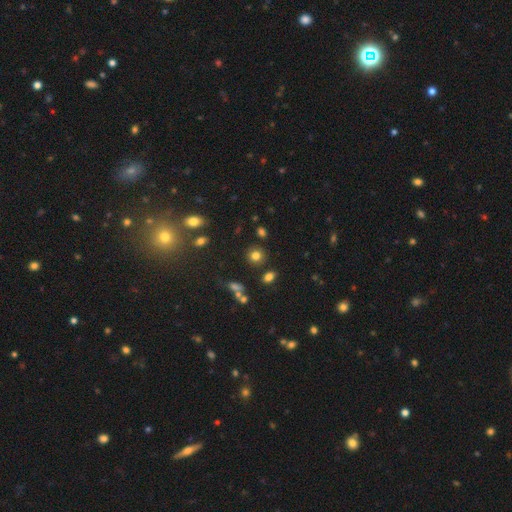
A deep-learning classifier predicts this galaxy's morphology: Smooth or featured: smooth — 78% (star or artifact — 14%)
How rounded: round — 83% (in between — 16%)
Merging: none — 84% (minor disturbance — 8%)